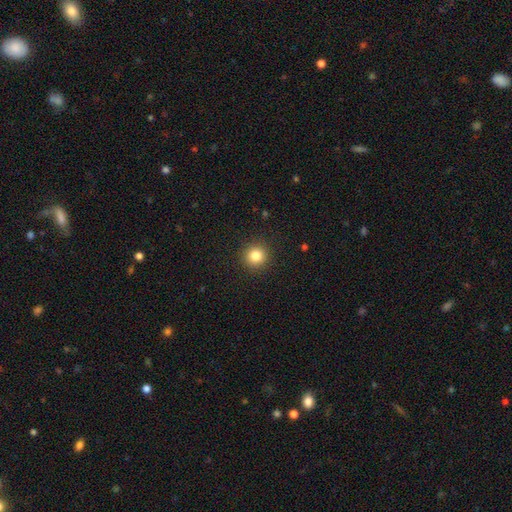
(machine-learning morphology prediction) type=smooth (83%); roundness=round (94%); merging=none (92%).